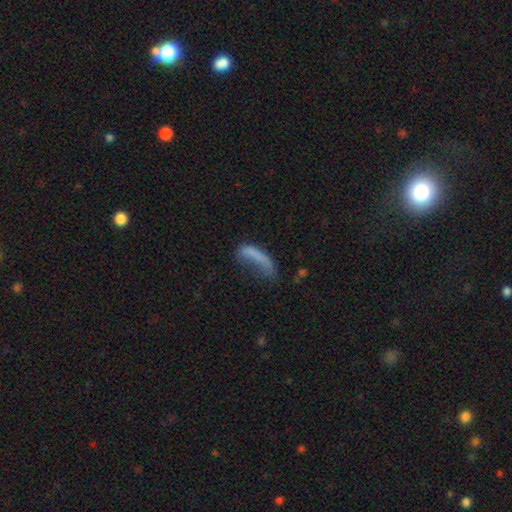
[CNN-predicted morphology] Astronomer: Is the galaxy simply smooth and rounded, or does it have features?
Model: smooth — 64%.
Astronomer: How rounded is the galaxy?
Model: cigar-shaped — 60% (runner-up: in between, 36%).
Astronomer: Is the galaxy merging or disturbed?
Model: major disturbance — 43% (runner-up: none, 28%).